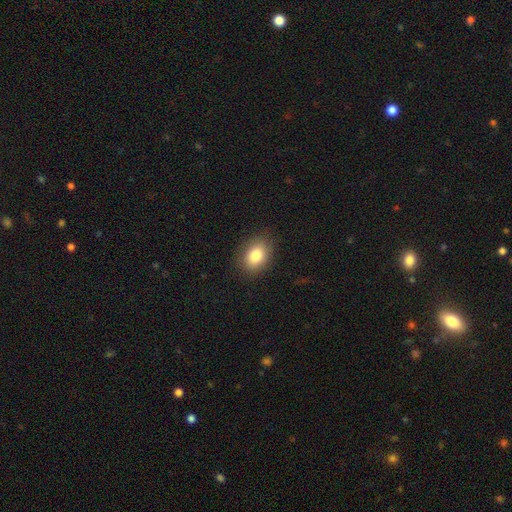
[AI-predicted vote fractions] This appears to be a smooth galaxy with no disk features (83%) that is in between round and cigar-shaped (73%). Merging: none (87%).